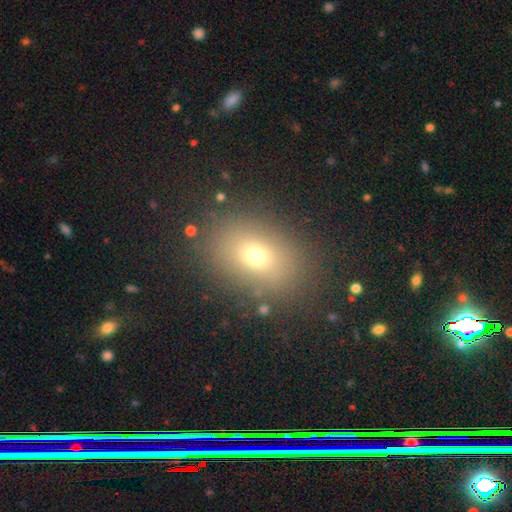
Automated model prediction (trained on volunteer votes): Morphology: type=smooth (68%); roundness=in between (67%); merging=none (84%).